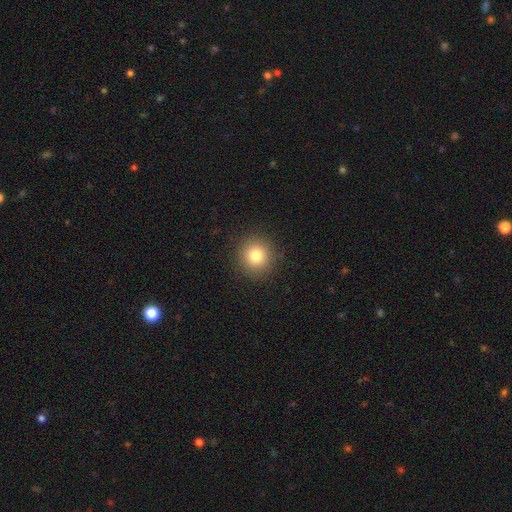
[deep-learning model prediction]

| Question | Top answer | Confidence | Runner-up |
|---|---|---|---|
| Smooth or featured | smooth | 81% | star or artifact (11%) |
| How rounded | round | 92% | in between (7%) |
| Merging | none | 91% | minor disturbance (6%) |